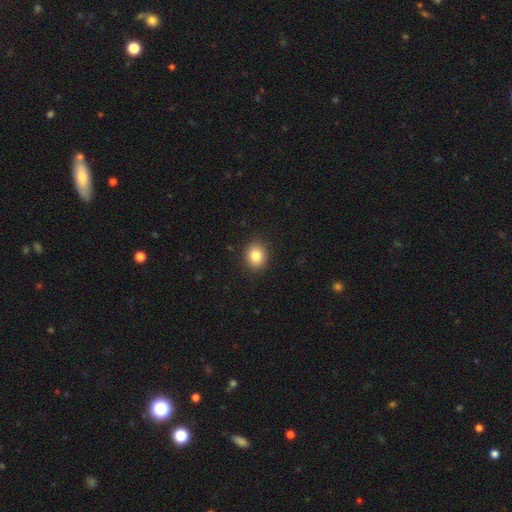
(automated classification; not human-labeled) Overall: smooth (83%). How rounded: round (64%; in between 35%). Merging: none (90%).